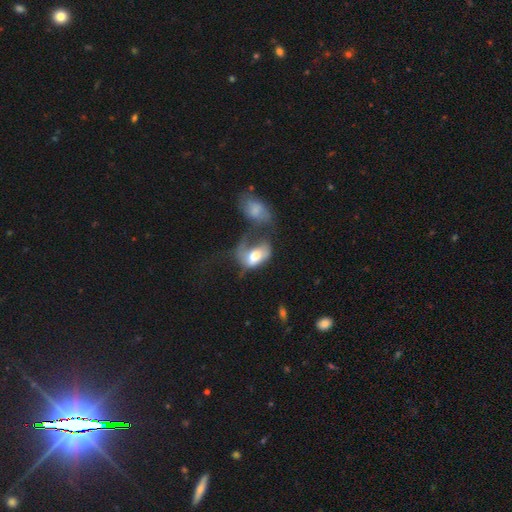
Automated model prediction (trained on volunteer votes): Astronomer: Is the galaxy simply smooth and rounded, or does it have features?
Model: smooth — 55% (runner-up: featured or disk, 37%).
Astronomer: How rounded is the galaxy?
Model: in between — 85%.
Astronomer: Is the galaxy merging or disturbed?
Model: major disturbance — 40% (runner-up: merger, 37%).